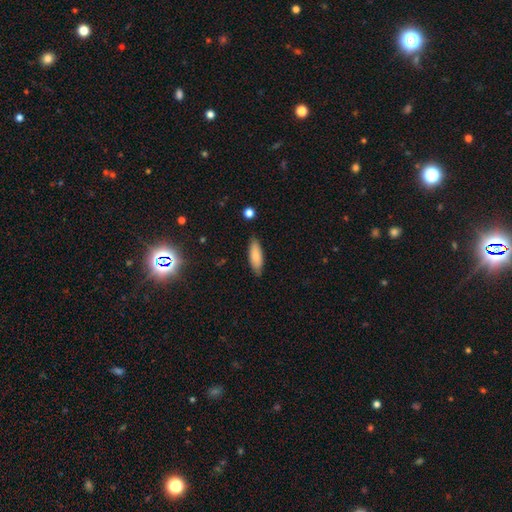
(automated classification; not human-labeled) Smooth or featured: smooth — 83% (featured or disk — 11%)
How rounded: in between — 61% (cigar-shaped — 37%)
Merging: none — 84% (minor disturbance — 12%)